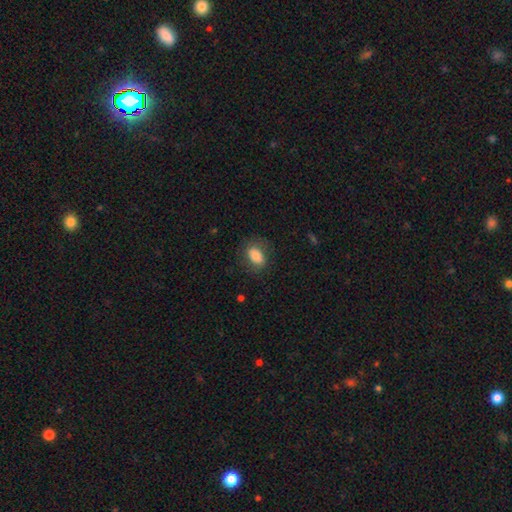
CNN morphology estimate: This is clearly a smooth galaxy (80%). How rounded: clearly in between (83%). Merging: likely none (72%).